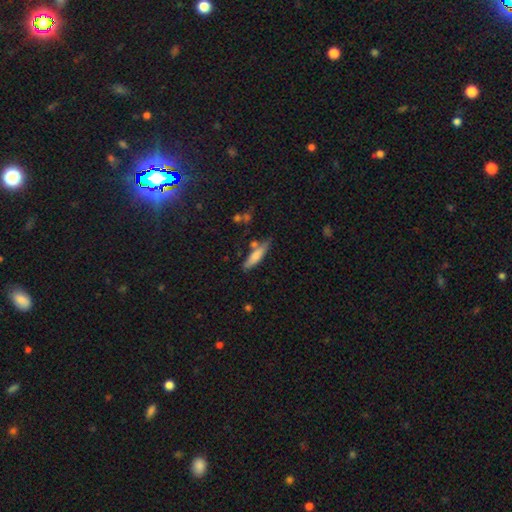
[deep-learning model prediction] Smooth or featured: smooth — 75% (featured or disk — 18%)
How rounded: cigar-shaped — 70% (in between — 29%)
Merging: none — 65% (minor disturbance — 20%)